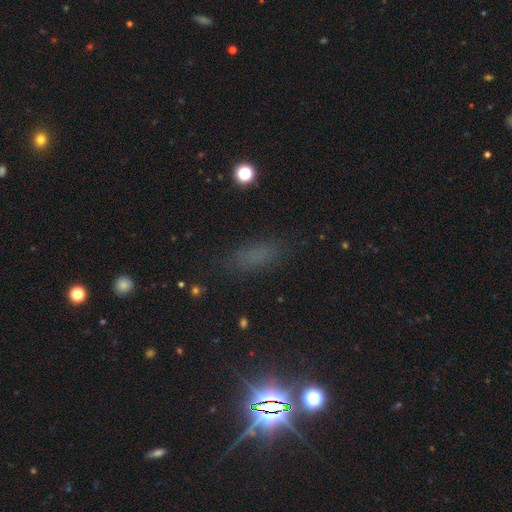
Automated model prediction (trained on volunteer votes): Overall: smooth (56%; star or artifact 33%). How rounded: in between (62%; cigar-shaped 31%). Merging: none (81%).